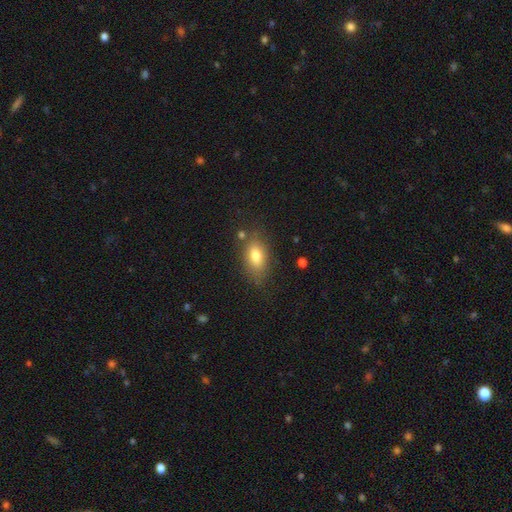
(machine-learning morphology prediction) A smooth galaxy with no disk features (77%) that is in between round and cigar-shaped (86%). Merging: none (74%).